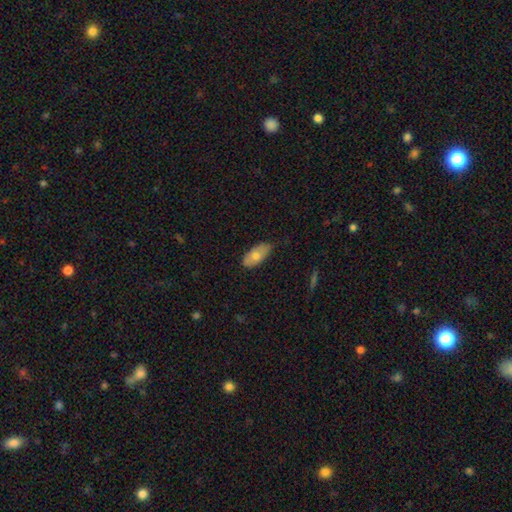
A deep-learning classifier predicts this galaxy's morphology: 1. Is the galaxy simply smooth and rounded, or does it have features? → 68% smooth, 25% featured or disk, 7% star or artifact.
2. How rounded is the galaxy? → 88% in between, 9% cigar-shaped, 3% round.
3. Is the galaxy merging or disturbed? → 77% none, 19% minor disturbance, 3% major disturbance, 1% merger.